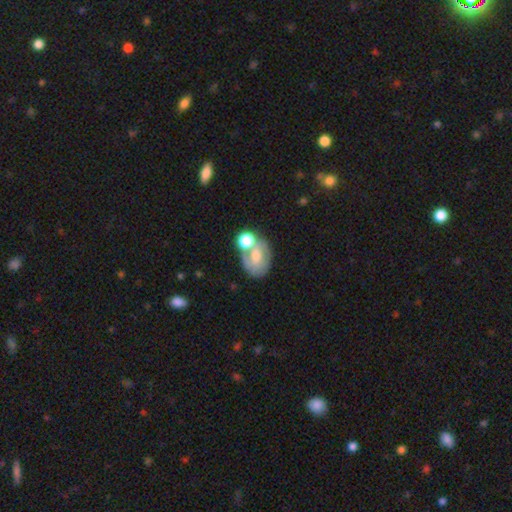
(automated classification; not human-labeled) The model was most divided on "merging": merger: 41%, none: 33%, minor disturbance: 15%, major disturbance: 10%. More confident: how rounded — in between (68%); smooth or featured — smooth (51%).